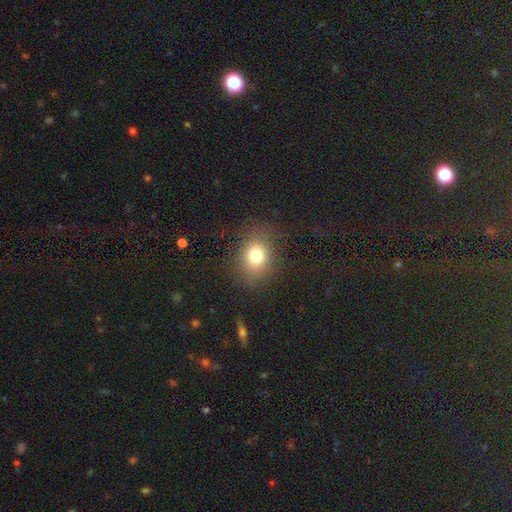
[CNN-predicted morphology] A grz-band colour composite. It shows a smooth galaxy with no disk features (75%) that is round (56%). Merging: none (80%).